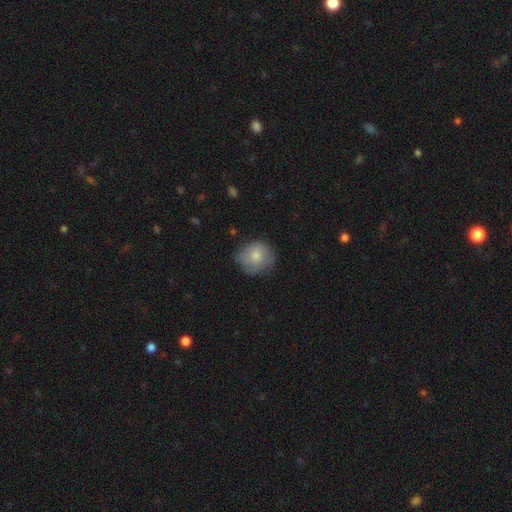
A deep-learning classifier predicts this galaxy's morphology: Smooth or featured: smooth — 76% (featured or disk — 17%)
How rounded: round — 78% (in between — 21%)
Merging: none — 59% (minor disturbance — 31%)